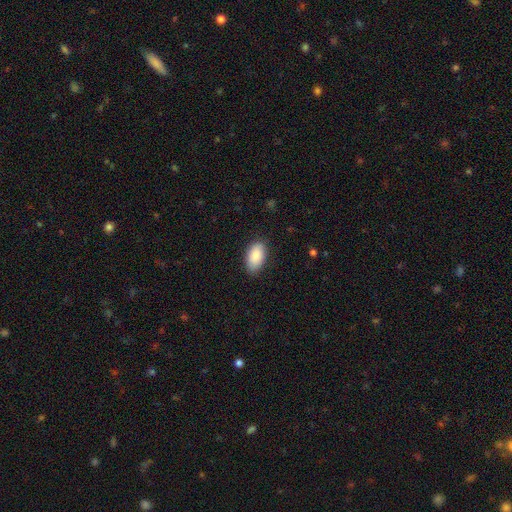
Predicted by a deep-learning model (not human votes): Q: Smooth or featured?
A: smooth (86%); runner-up: featured or disk (8%)
Q: How rounded?
A: in between (94%); runner-up: round (4%)
Q: Merging?
A: none (84%); runner-up: minor disturbance (13%)